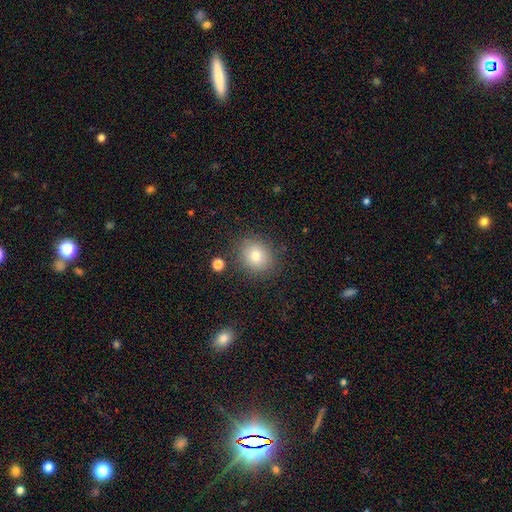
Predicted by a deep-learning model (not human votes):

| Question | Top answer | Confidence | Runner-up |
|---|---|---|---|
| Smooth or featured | smooth | 78% | star or artifact (12%) |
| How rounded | round | 73% | in between (26%) |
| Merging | none | 84% | minor disturbance (10%) |